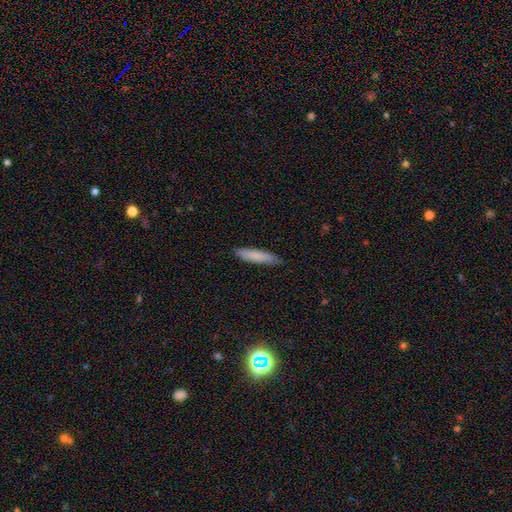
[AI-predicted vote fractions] Smooth or featured? Predicted: smooth (p=0.81). How rounded? Predicted: cigar-shaped (p=0.83). Merging? Predicted: none (p=0.85).